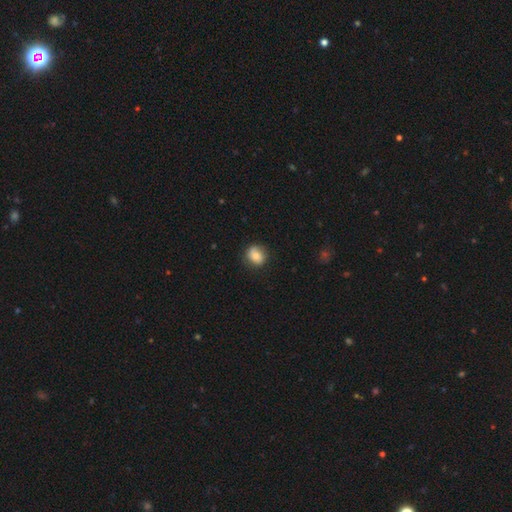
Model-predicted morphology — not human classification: smooth_or_featured: smooth (p=0.74) [alt: featured or disk p=0.18]
how_rounded: round (p=0.66) [alt: in between p=0.33]
merging: none (p=0.76) [alt: minor disturbance p=0.18]